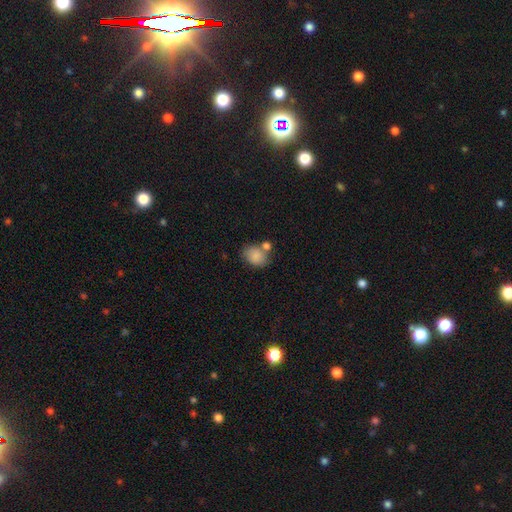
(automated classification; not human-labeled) Smooth or featured?
  - smooth: 85% *
  - star or artifact: 8%
  - featured or disk: 7%
How rounded?
  - in between: 59% *
  - round: 40%
  - cigar-shaped: 1%
Merging?
  - none: 56% *
  - merger: 24%
  - minor disturbance: 16%
  - major disturbance: 5%